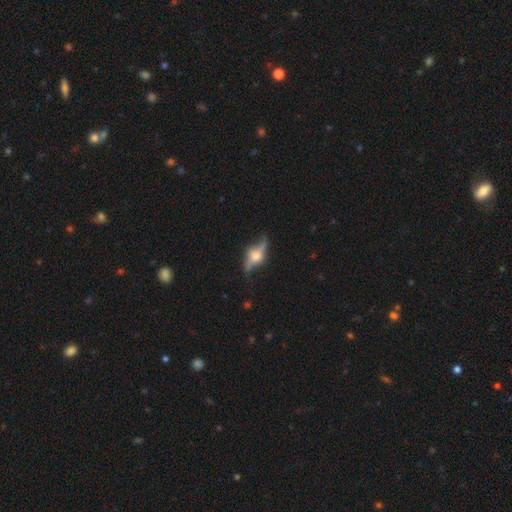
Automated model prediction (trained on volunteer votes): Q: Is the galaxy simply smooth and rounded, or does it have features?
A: featured or disk — 77%.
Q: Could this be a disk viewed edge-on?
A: yes — 83%.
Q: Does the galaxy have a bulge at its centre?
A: rounded — 93%.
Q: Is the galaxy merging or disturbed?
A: none — 75%.